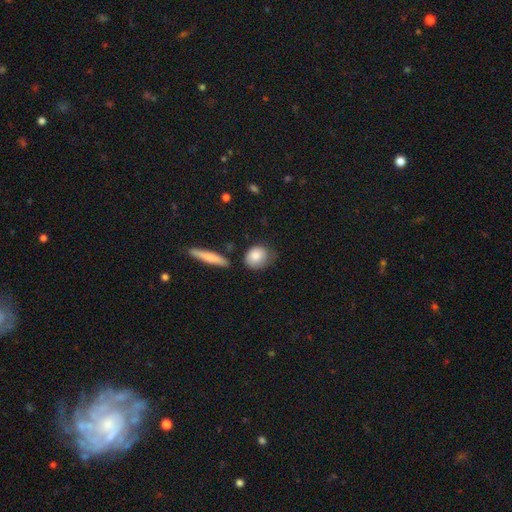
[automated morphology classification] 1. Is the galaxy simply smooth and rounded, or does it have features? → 83% smooth, 11% featured or disk, 6% star or artifact.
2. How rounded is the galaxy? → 52% round, 45% in between, 4% cigar-shaped.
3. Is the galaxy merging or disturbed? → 60% none, 27% minor disturbance, 7% major disturbance, 6% merger.